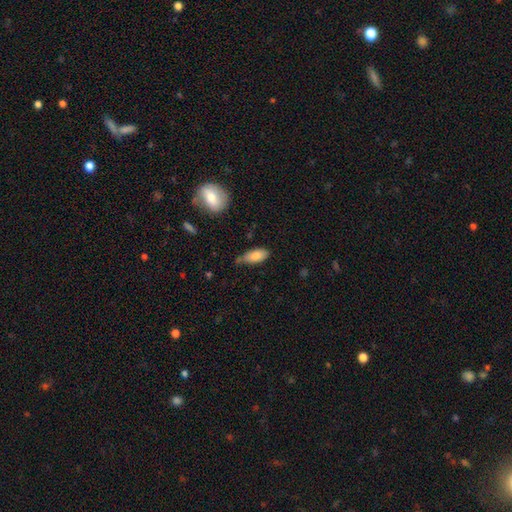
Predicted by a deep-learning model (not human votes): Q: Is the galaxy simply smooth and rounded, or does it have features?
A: smooth — 80%.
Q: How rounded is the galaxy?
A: in between — 88%.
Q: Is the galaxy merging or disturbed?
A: none — 58%.